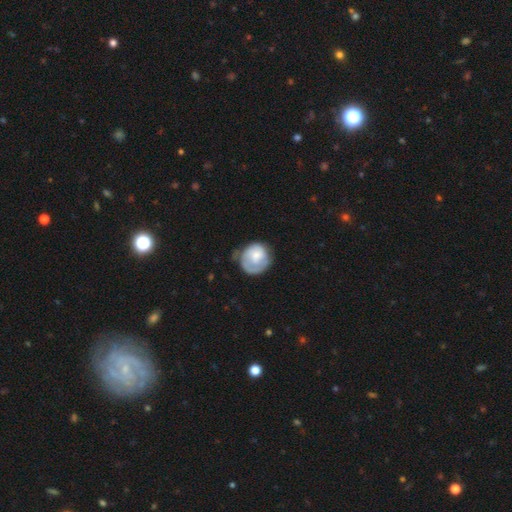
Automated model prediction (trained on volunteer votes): Morphology: type=smooth (52%); roundness=round (77%); merging=none (51%).